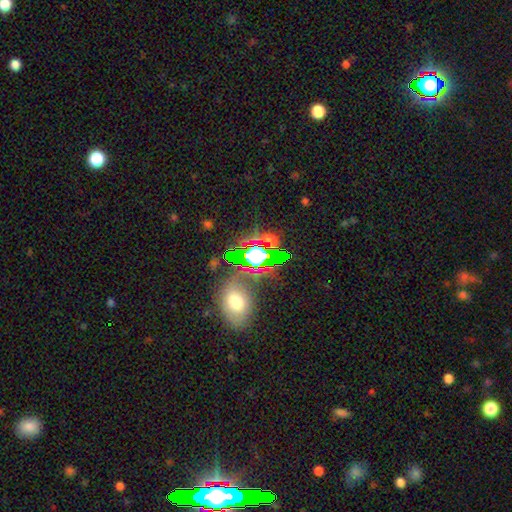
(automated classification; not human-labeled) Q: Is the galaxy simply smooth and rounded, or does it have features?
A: star or artifact — 57%.